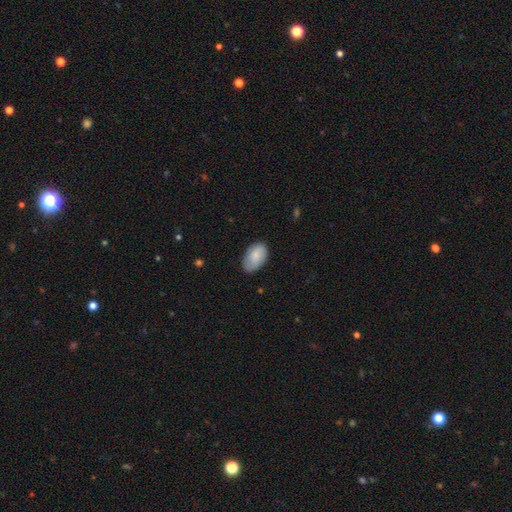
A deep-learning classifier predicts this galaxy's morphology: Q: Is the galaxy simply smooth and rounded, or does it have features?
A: smooth — 84%.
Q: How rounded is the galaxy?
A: in between — 94%.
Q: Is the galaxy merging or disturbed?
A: none — 77%.